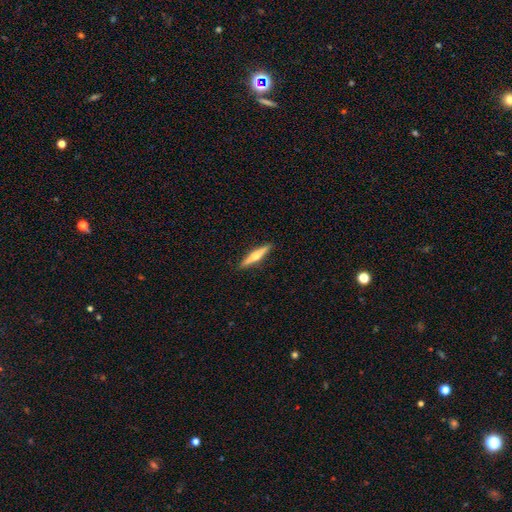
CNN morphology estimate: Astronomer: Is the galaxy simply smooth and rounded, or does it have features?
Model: featured or disk — 57% (runner-up: smooth, 38%).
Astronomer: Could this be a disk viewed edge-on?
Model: yes — 97%.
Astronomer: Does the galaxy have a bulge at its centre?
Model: rounded — 88%.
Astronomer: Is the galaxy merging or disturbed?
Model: none — 91%.